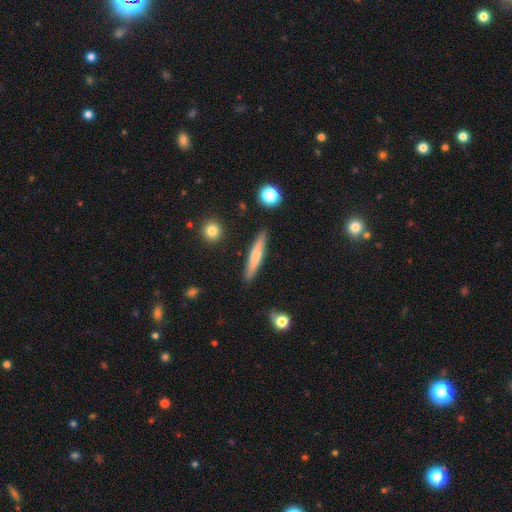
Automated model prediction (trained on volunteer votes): Overall: smooth (62%; featured or disk 32%). How rounded: cigar-shaped (91%). Merging: none (89%).